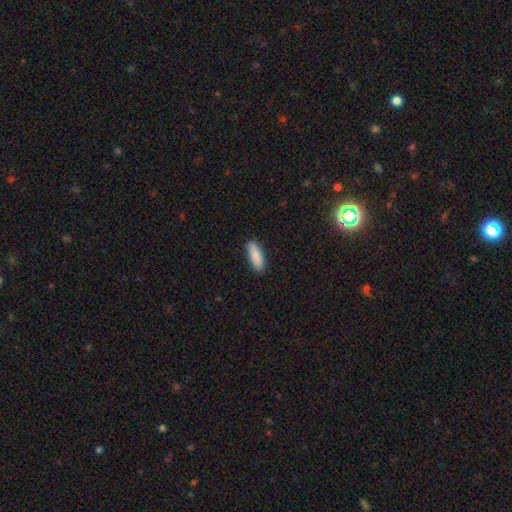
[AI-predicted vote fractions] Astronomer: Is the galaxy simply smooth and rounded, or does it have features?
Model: smooth — 88%.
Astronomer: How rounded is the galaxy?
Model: in between — 53% (runner-up: cigar-shaped, 45%).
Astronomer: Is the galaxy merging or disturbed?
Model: none — 86%.